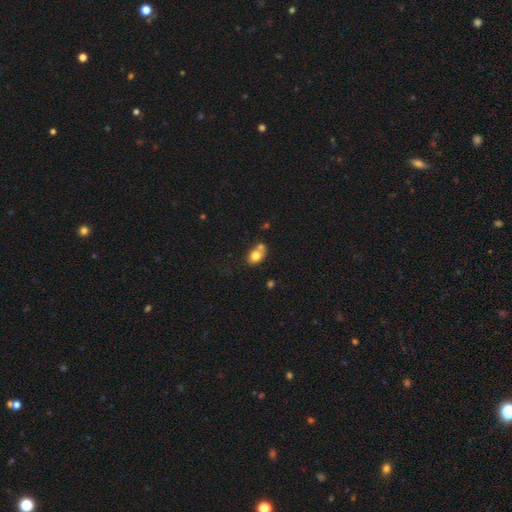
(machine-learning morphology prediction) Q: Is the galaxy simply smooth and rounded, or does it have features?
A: smooth — 76%.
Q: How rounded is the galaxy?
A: in between — 59%.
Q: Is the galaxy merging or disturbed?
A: none — 42%.